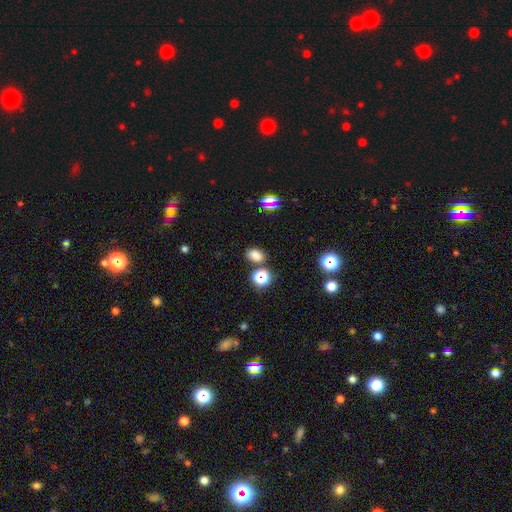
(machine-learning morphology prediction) smooth 74%, star or artifact 20%, featured or disk 6%. Down the decision tree: how rounded — in between (70%); merging — none (76%).